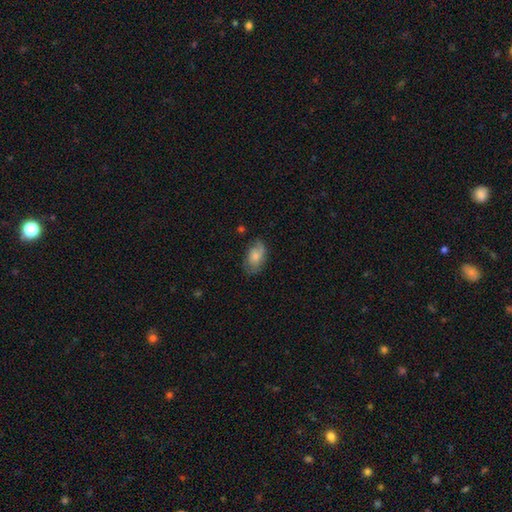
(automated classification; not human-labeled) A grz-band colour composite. It shows a smooth galaxy with no disk features (65%) that is in between round and cigar-shaped (90%). Merging: none (64%).